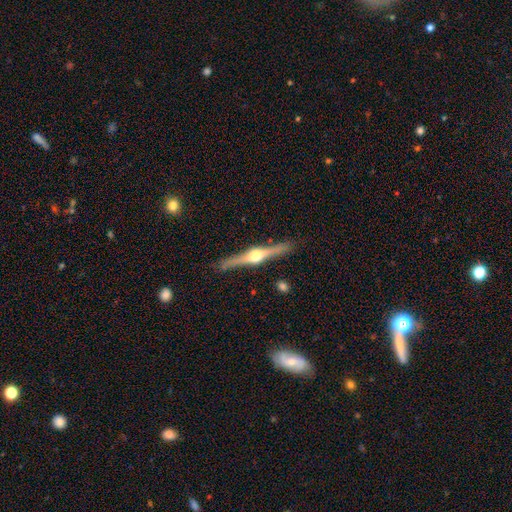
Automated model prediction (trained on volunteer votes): A featured or disk galaxy (83%) viewed edge-on (98%) with a rounded central bulge (96%).

Vote fractions:
- Smooth or featured? featured or disk: 83% / smooth: 12% / star or artifact: 5%
- Edge-on disk? yes: 98% / no: 2%
- Edge-on bulge? rounded: 96% / boxy: 3% / none: 2%
- Merging? none: 88% / minor disturbance: 8% / major disturbance: 2% / merger: 2%